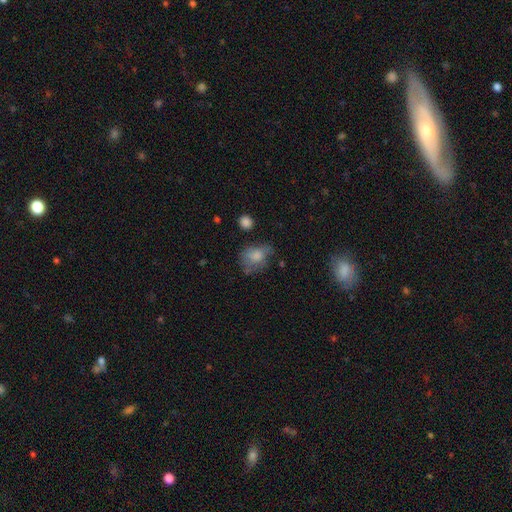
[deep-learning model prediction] This is likely a smooth galaxy (71%). How rounded: possibly in between (57%). Merging: marginally none (43%).